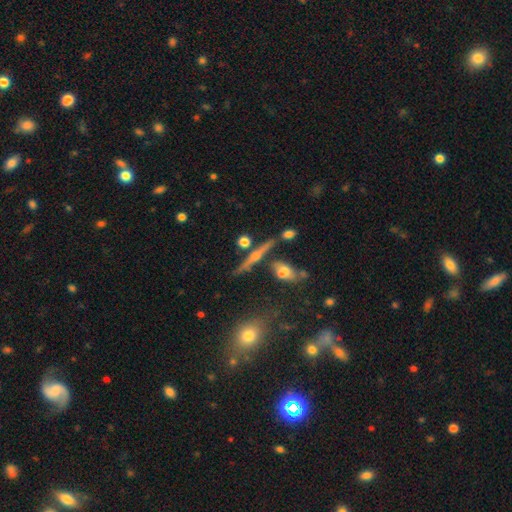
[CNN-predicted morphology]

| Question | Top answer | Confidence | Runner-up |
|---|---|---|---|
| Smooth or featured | featured or disk | 74% | smooth (16%) |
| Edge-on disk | yes | 96% | no (4%) |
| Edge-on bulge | rounded | 88% | none (7%) |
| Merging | none | 78% | minor disturbance (10%) |